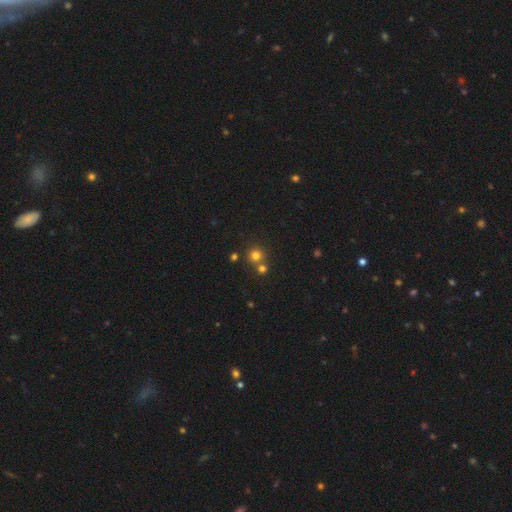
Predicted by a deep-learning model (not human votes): smooth 76%, star or artifact 17%, featured or disk 6%. Down the decision tree: how rounded — round (92%); merging — none (68%).